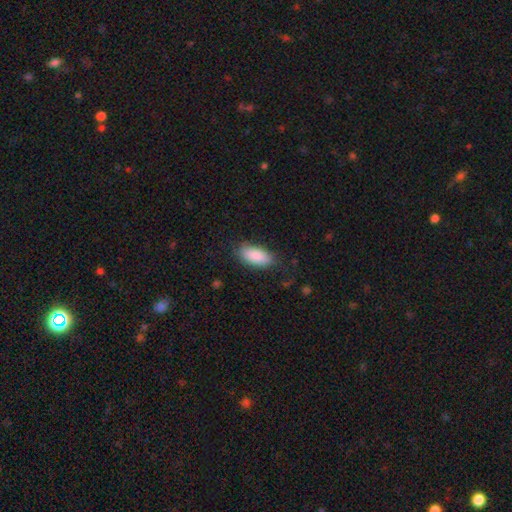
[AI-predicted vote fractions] This is clearly a smooth galaxy (89%). How rounded: clearly in between (90%). Merging: likely none (78%).